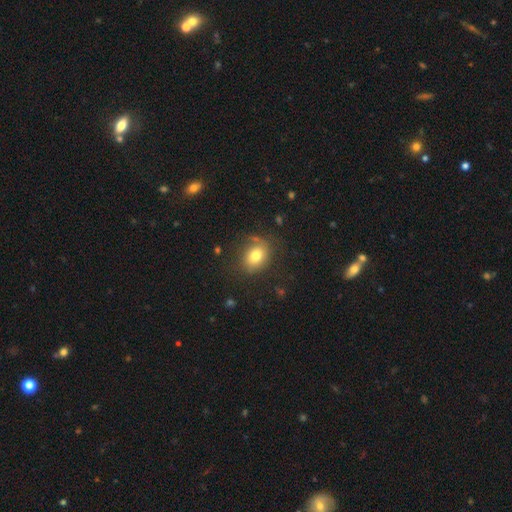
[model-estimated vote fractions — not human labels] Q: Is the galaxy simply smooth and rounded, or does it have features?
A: smooth — 76%.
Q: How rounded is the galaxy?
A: in between — 60%.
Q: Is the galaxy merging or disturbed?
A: none — 73%.